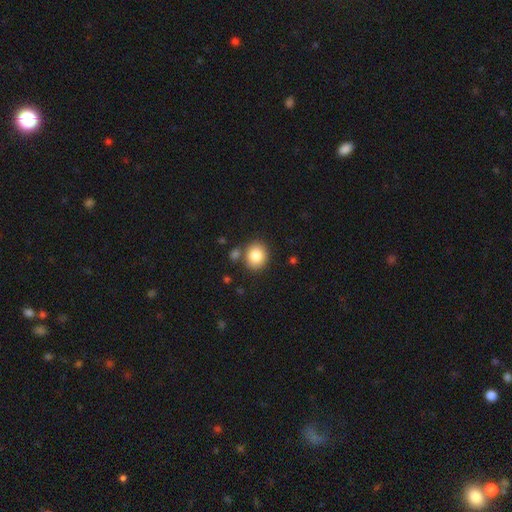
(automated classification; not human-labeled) This is clearly a smooth galaxy (84%). How rounded: likely round (68%). Merging: likely none (77%).